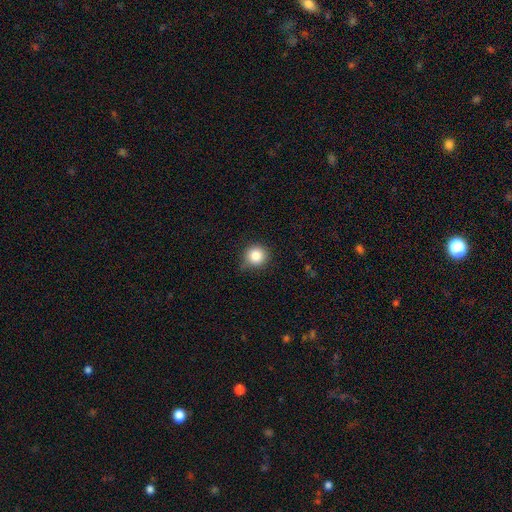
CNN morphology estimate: Q: Smooth or featured?
A: smooth (85%); runner-up: star or artifact (10%)
Q: How rounded?
A: round (94%); runner-up: in between (5%)
Q: Merging?
A: none (78%); runner-up: minor disturbance (17%)